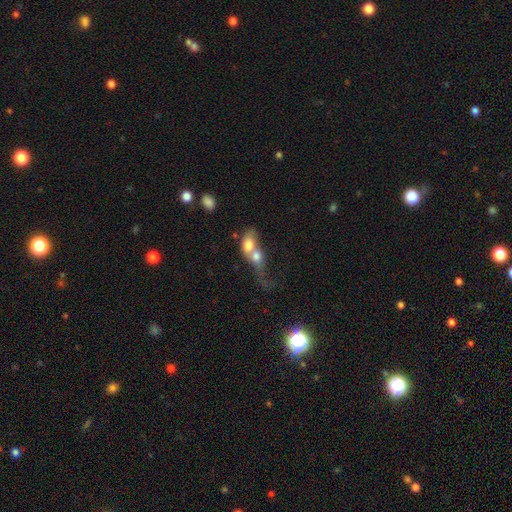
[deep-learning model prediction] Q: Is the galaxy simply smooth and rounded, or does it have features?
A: smooth — 61%.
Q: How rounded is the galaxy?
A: in between — 62%.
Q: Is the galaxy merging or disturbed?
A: merger — 79%.